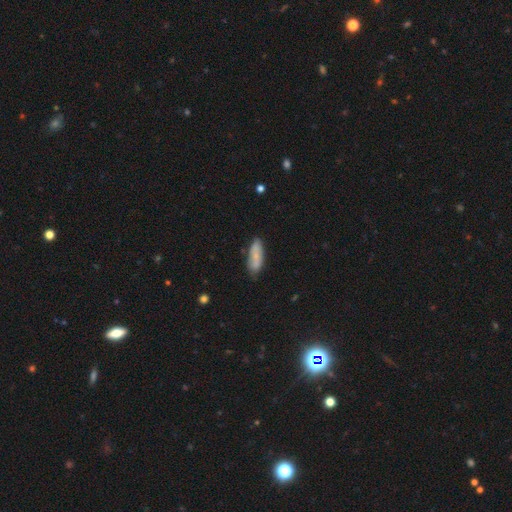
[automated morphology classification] This is likely a smooth galaxy (66%). How rounded: likely in between (70%). Merging: likely none (72%).